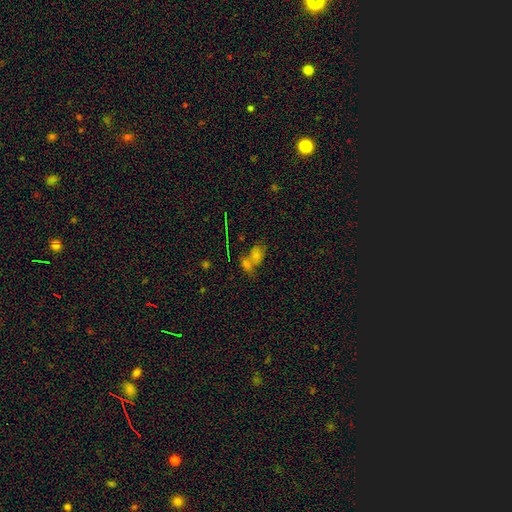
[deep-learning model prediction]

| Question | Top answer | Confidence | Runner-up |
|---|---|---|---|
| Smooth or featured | smooth | 52% | star or artifact (28%) |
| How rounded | in between | 69% | round (27%) |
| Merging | merger | 47% | none (36%) |